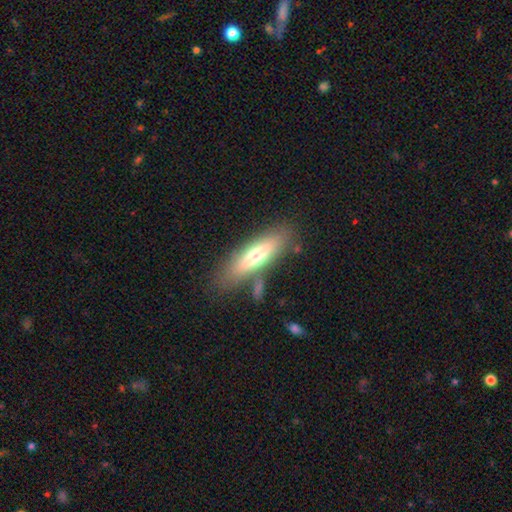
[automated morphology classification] The model was most divided on "smooth or featured": smooth: 58%, featured or disk: 35%, star or artifact: 7%. More confident: merging — none (76%); how rounded — cigar-shaped (62%).